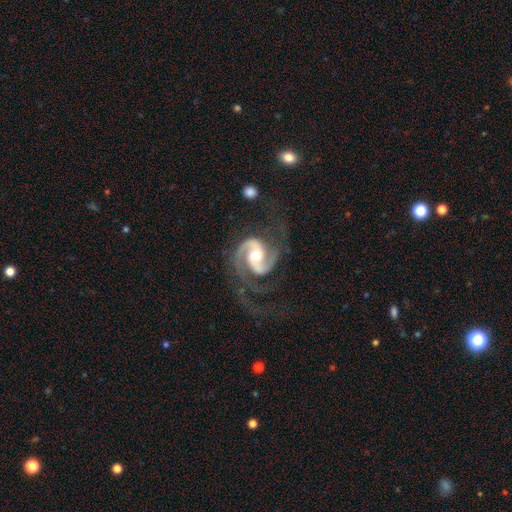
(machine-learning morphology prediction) This is clearly a featured or disk galaxy (93%). It is clearly not viewed edge-on (98%). Bar: marginally weak (42%). Spiral arm pattern: clearly yes (99%). Spiral arm count: clearly 2 (93%). Spiral winding: possibly medium (60%). Central bulge: likely moderate (64%). Merging: likely none (61%).